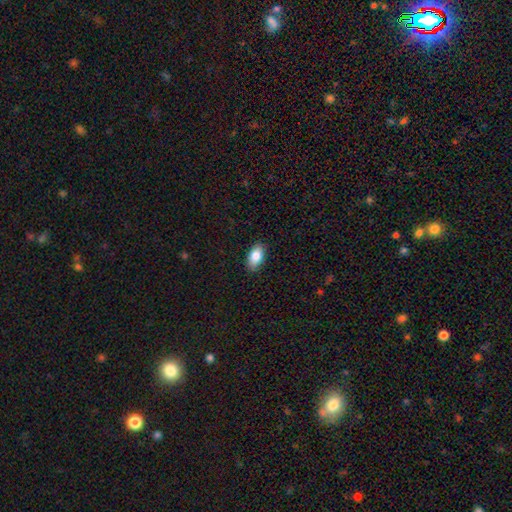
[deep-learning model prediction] Smooth or featured? Predicted: smooth (p=0.84). How rounded? Predicted: in between (p=0.92). Merging? Predicted: none (p=0.88).